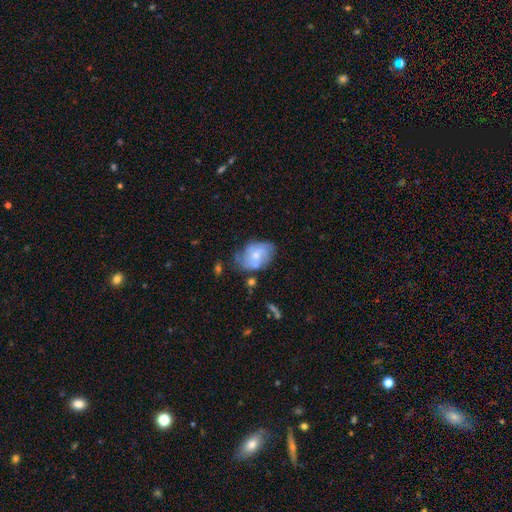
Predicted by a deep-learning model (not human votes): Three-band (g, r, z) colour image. It shows a smooth galaxy with no disk features (48%). Merging: none (53%).